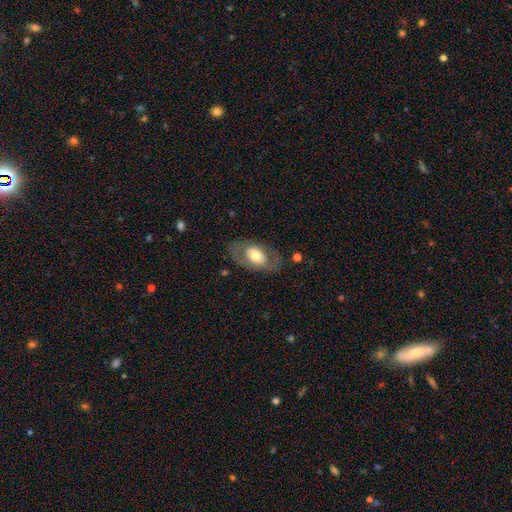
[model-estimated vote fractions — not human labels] Q: Smooth or featured?
A: smooth (50%); runner-up: featured or disk (44%)
Q: Merging?
A: none (75%); runner-up: minor disturbance (14%)